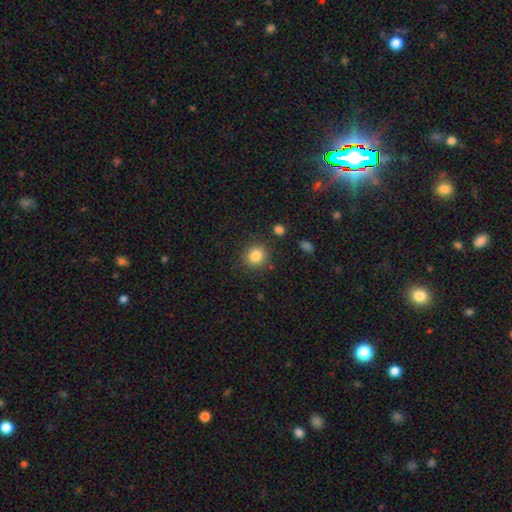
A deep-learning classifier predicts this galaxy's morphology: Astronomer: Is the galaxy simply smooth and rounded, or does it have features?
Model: smooth — 84%.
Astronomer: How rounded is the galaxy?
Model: round — 85%.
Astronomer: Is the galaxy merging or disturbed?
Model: none — 86%.